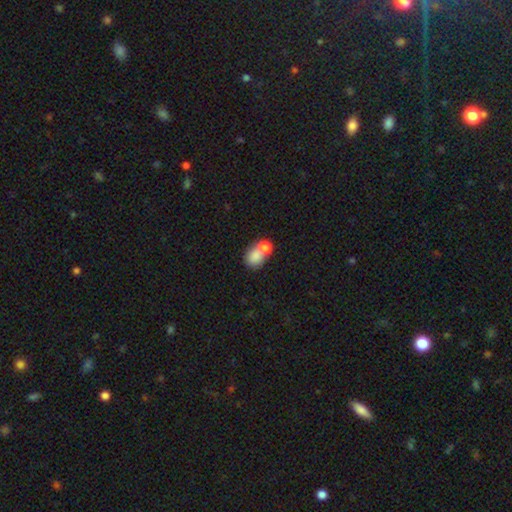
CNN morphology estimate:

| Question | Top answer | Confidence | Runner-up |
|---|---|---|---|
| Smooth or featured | smooth | 78% | featured or disk (13%) |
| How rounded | in between | 51% | round (48%) |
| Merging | merger | 57% | none (29%) |